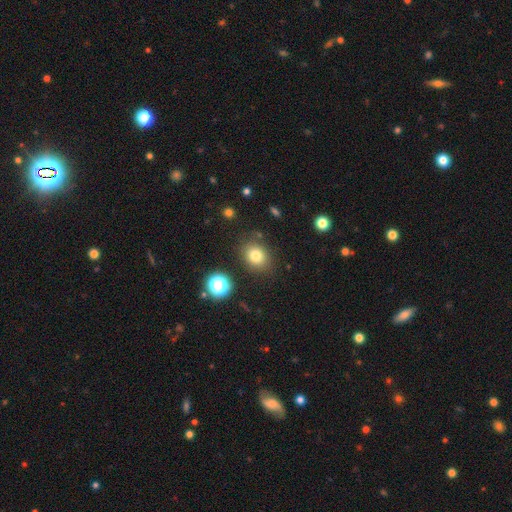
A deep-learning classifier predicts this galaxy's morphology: A smooth galaxy with no disk features (78%) that is round (58%). Merging: none (83%).